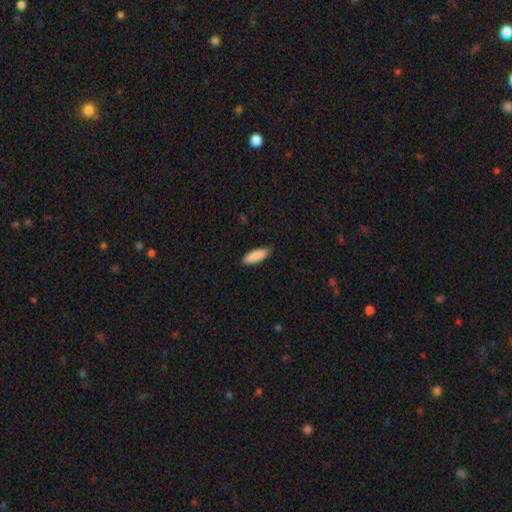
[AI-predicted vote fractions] A smooth galaxy with no disk features (90%) that is in between round and cigar-shaped (53%). Merging: none (89%).